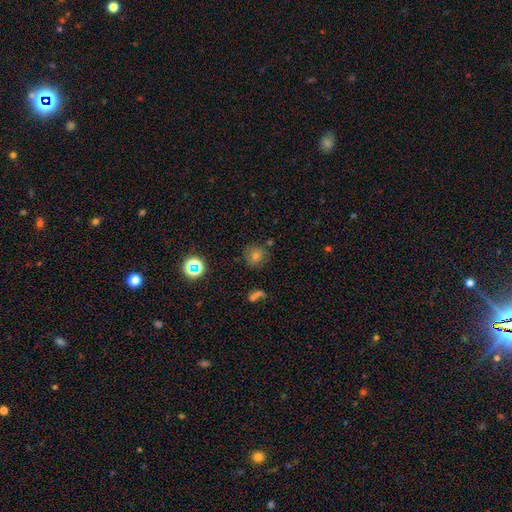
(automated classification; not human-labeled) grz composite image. It shows a smooth galaxy with no disk features (57%) that is round (88%). Merging: none (80%).